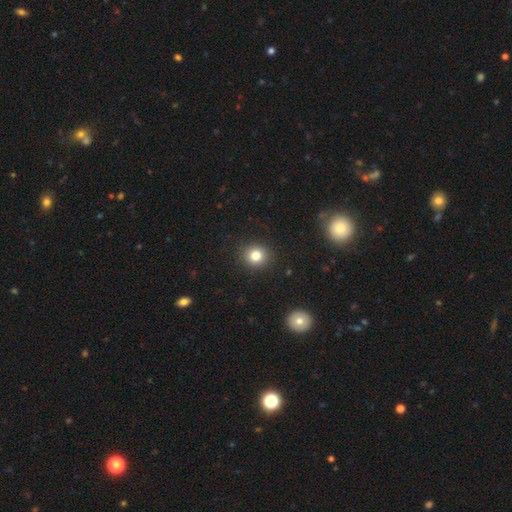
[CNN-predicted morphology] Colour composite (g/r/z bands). It shows a smooth galaxy with no disk features (80%) that is round (87%). Merging: none (91%).